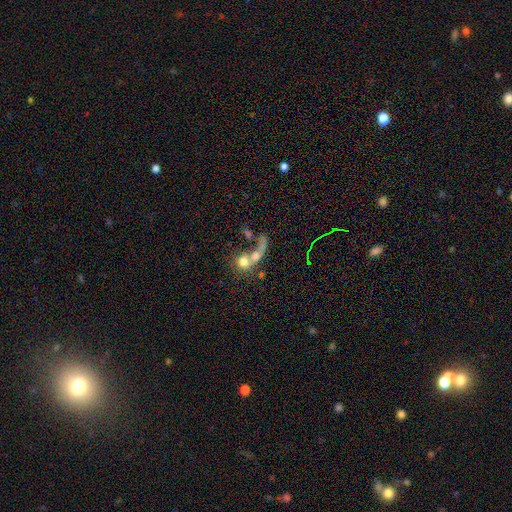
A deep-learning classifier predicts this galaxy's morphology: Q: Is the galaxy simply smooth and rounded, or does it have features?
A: smooth — 59%.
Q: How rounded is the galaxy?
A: round — 73%.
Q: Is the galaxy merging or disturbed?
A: merger — 60%.